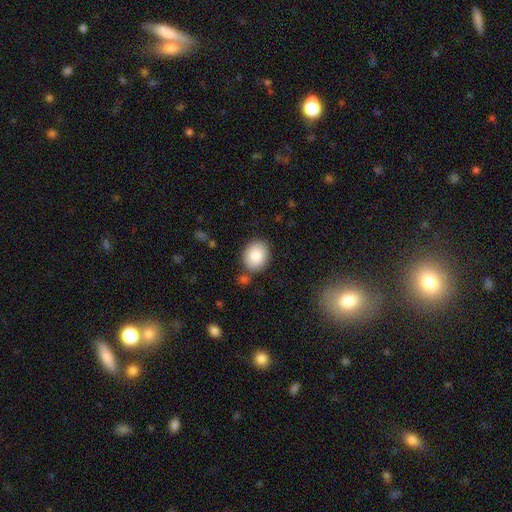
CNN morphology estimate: This appears to be a smooth galaxy with no disk features (87%) that is round (55%). Merging: none (82%).